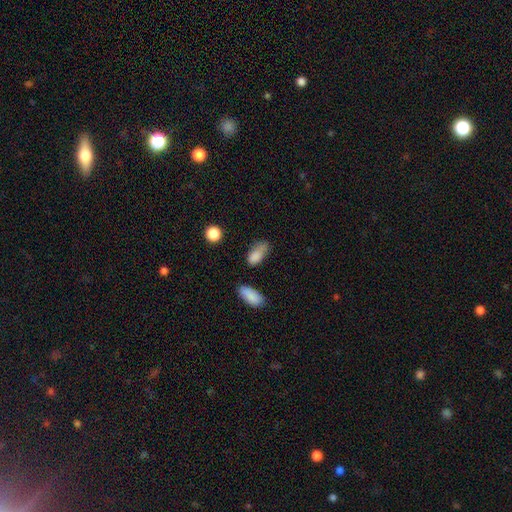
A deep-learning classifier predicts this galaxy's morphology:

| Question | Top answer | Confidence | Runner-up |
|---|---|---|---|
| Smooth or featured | smooth | 83% | star or artifact (9%) |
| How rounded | in between | 88% | cigar-shaped (7%) |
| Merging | none | 47% | minor disturbance (33%) |